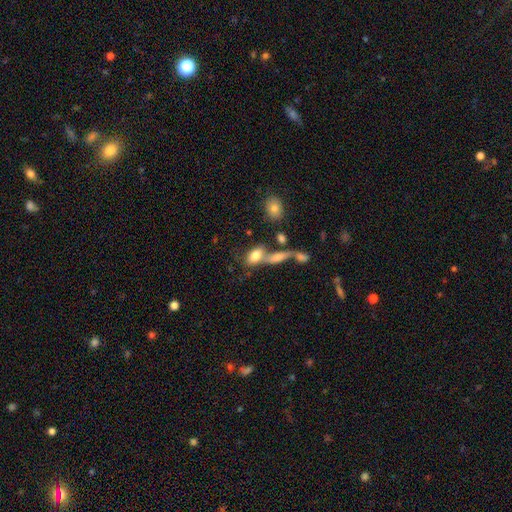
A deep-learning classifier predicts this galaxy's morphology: Q: Smooth or featured?
A: smooth (75%); runner-up: featured or disk (16%)
Q: How rounded?
A: in between (84%); runner-up: round (8%)
Q: Merging?
A: merger (42%); runner-up: none (38%)